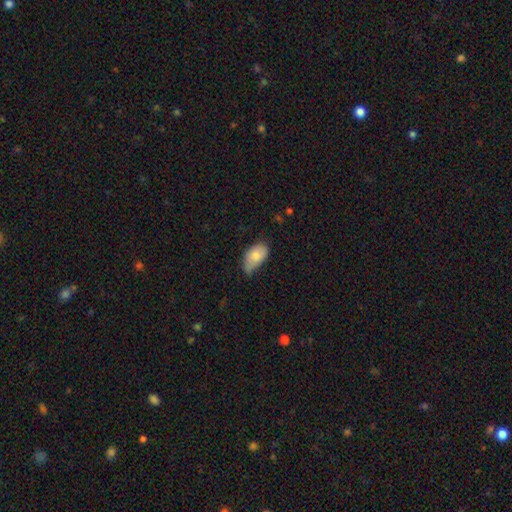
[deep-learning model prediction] This is likely a smooth galaxy (80%). How rounded: clearly in between (92%). Merging: possibly minor disturbance (45%).